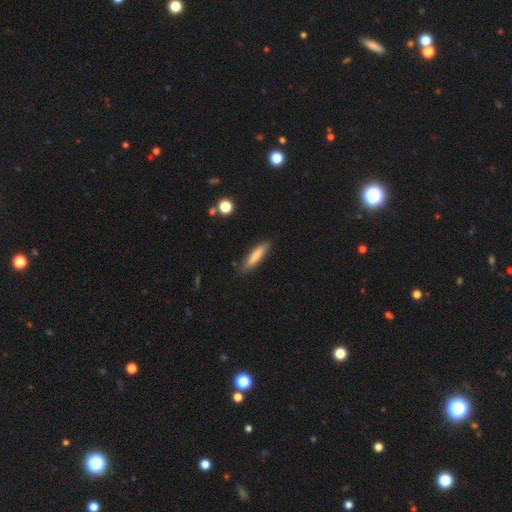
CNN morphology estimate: This appears to be a smooth galaxy with no disk features (79%) that is cigar-shaped (79%). Merging: none (84%).